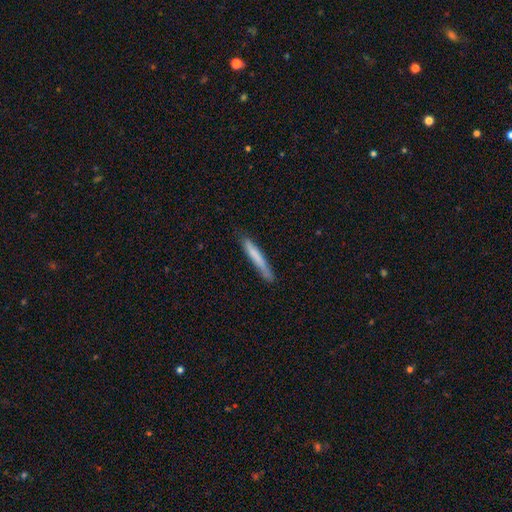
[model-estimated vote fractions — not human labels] smooth_or_featured: smooth (p=0.72) [alt: featured or disk p=0.22]
how_rounded: cigar-shaped (p=0.95) [alt: in between p=0.03]
merging: none (p=0.80) [alt: minor disturbance p=0.16]